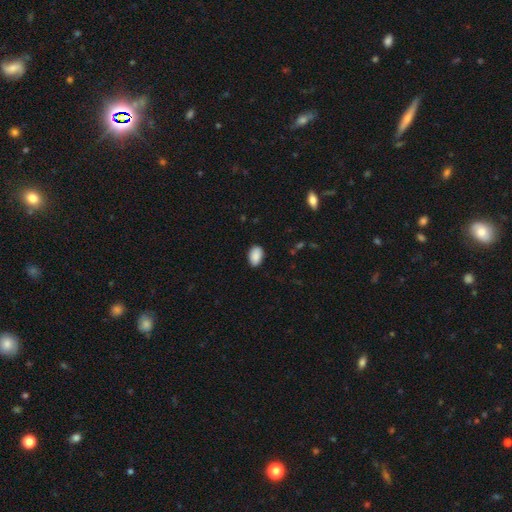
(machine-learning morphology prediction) Smooth or featured: smooth — 90% (star or artifact — 7%)
How rounded: in between — 90% (round — 8%)
Merging: none — 87% (minor disturbance — 10%)